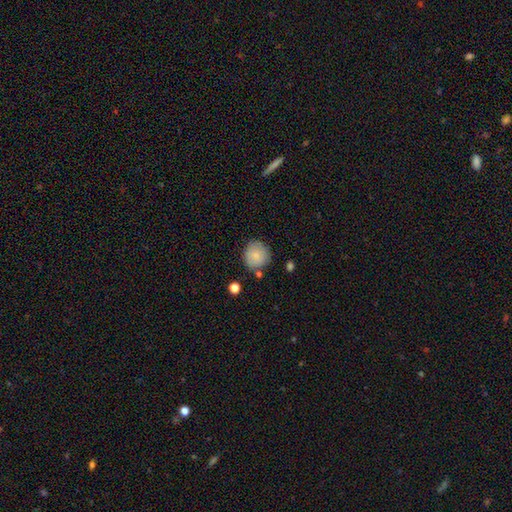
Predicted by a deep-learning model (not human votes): Smooth or featured? Predicted: smooth (p=0.85). How rounded? Predicted: round (p=0.91). Merging? Predicted: none (p=0.76).